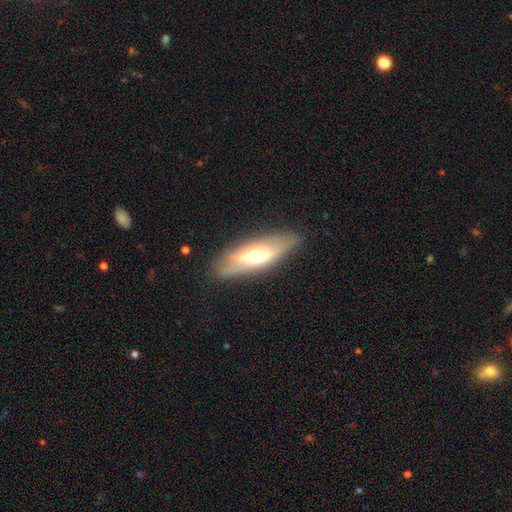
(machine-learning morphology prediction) Overall: featured or disk (48%; smooth 46%). Merging: none (82%).